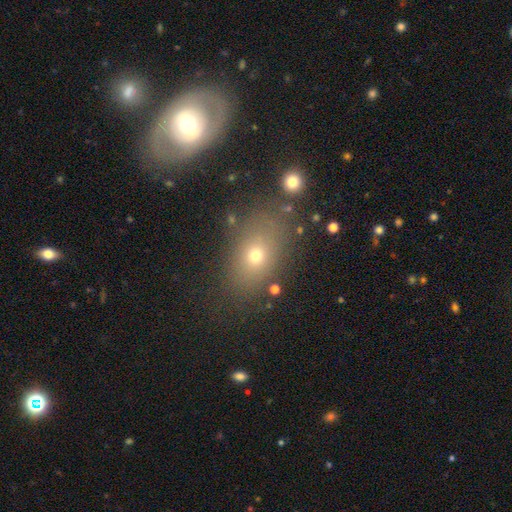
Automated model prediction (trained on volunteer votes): Smooth or featured? Predicted: smooth (p=0.66). How rounded? Predicted: in between (p=0.71). Merging? Predicted: none (p=0.76).